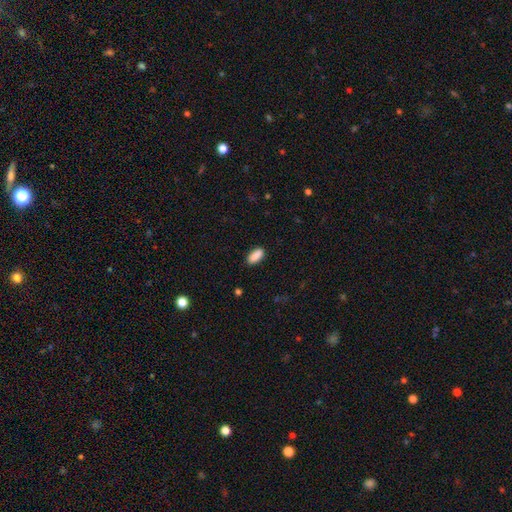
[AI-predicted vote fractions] This is clearly a smooth galaxy (89%). How rounded: clearly in between (87%). Merging: clearly none (86%).